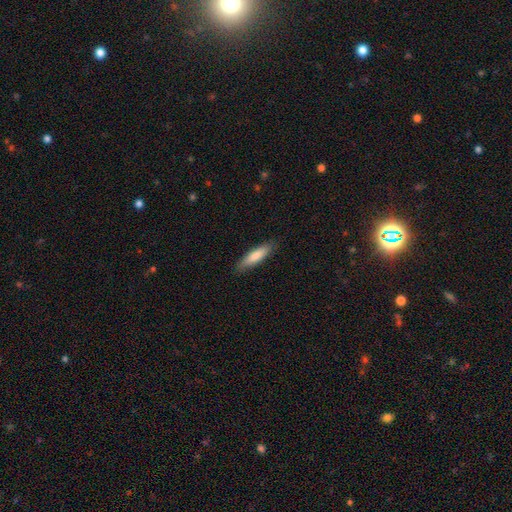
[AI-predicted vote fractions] smooth_or_featured: smooth (p=0.81) [alt: featured or disk p=0.14]
how_rounded: cigar-shaped (p=0.71) [alt: in between p=0.27]
merging: none (p=0.87) [alt: minor disturbance p=0.10]